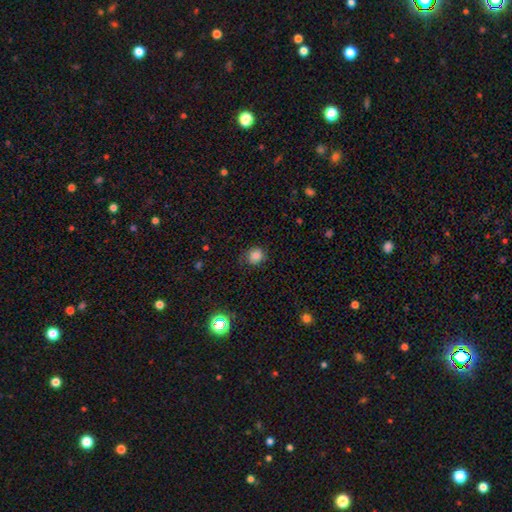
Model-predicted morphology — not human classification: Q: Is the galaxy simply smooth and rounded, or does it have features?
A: smooth — 80%.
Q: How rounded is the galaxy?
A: round — 79%.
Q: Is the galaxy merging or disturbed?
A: none — 71%.